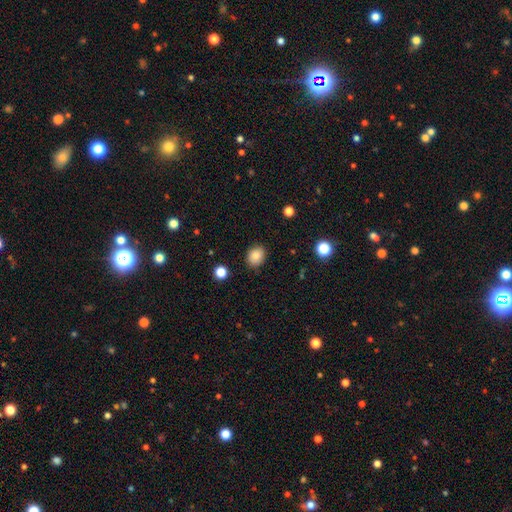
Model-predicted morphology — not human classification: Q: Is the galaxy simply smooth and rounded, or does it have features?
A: smooth — 85%.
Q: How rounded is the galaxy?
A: round — 56%.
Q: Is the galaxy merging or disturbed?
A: none — 87%.